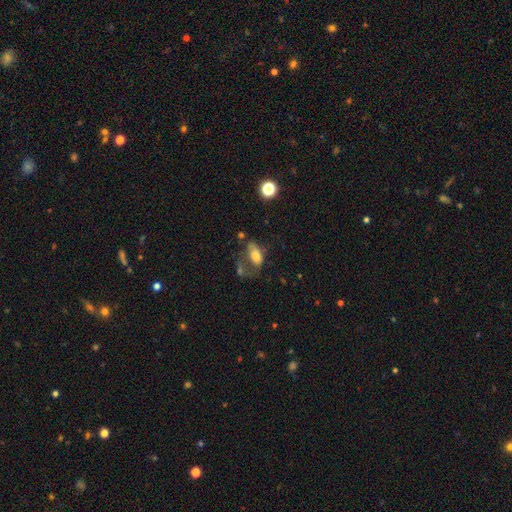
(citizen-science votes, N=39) smooth 77%, featured or disk 18%, star or artifact 5%. Down the decision tree: how rounded — in between (90%); merging — major disturbance (38%).